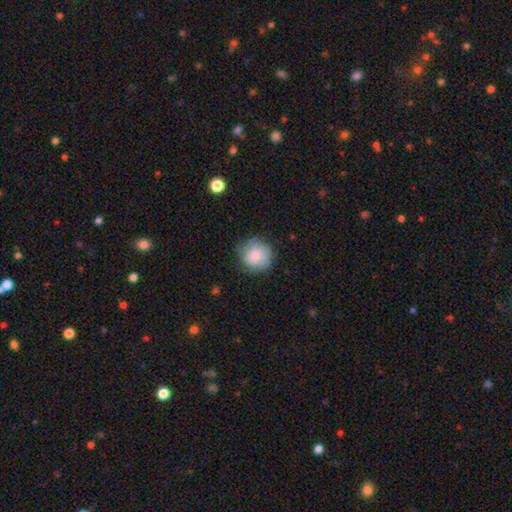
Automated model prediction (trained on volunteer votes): Smooth or featured?
  - smooth: 65% *
  - featured or disk: 27%
  - star or artifact: 8%
How rounded?
  - round: 91% *
  - in between: 8%
  - cigar-shaped: 1%
Merging?
  - none: 74% *
  - minor disturbance: 18%
  - major disturbance: 6%
  - merger: 1%